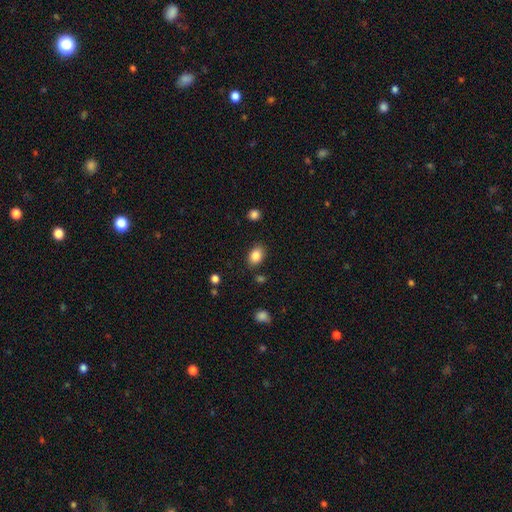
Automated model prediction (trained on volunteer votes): smooth_or_featured: smooth (p=0.85) [alt: star or artifact p=0.09]
how_rounded: in between (p=0.80) [alt: round p=0.19]
merging: none (p=0.84) [alt: minor disturbance p=0.11]